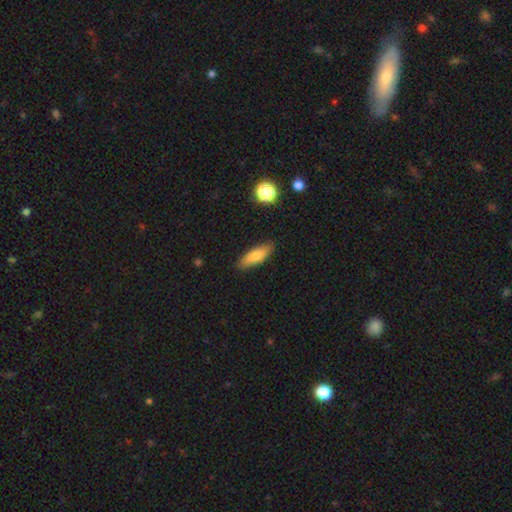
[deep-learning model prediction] This appears to be a smooth galaxy with no disk features (77%) that is in between round and cigar-shaped (57%). Merging: none (86%).